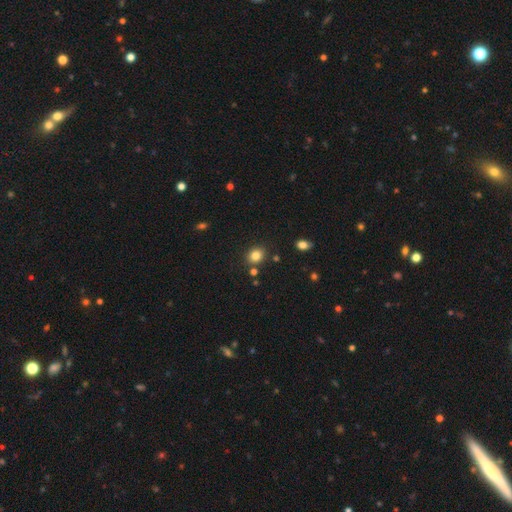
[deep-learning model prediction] A smooth galaxy with no disk features (82%) that is round (65%).

Vote fractions:
- Smooth or featured? smooth: 82% / star or artifact: 12% / featured or disk: 6%
- How rounded? round: 65% / in between: 34% / cigar-shaped: 1%
- Merging? none: 83% / minor disturbance: 9% / merger: 5% / major disturbance: 3%